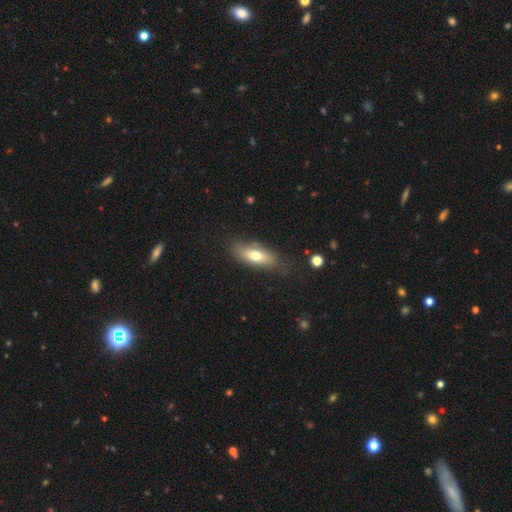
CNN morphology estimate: smooth-or-featured: smooth: 68% | featured or disk: 25% | star or artifact: 7%
  how-rounded: in between: 73% | cigar-shaped: 24% | round: 3%
  merging: none: 72% | minor disturbance: 19% | major disturbance: 6% | merger: 2%